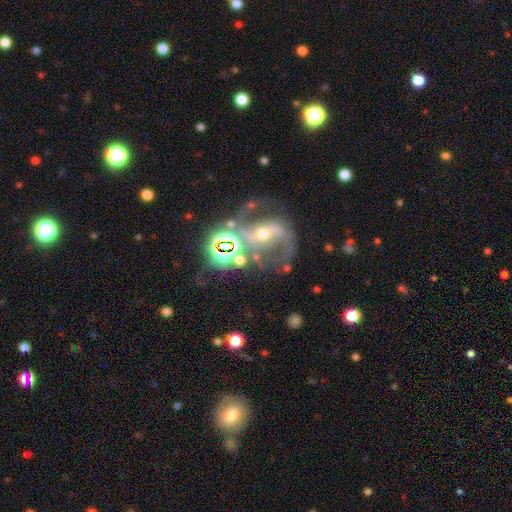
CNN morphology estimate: smooth_or_featured: featured or disk (p=0.78) [alt: star or artifact p=0.15]
disk_edge_on: no (p=0.97) [alt: yes p=0.03]
bar: strong (p=0.49) [alt: weak p=0.29]
has_spiral_arms: yes (p=0.94) [alt: no p=0.06]
spiral_winding: medium (p=0.51) [alt: loose p=0.33]
spiral_arm_count: 2 (p=0.87) [alt: can't tell p=0.04]
bulge_size: moderate (p=0.60) [alt: small p=0.33]
merging: none (p=0.54) [alt: minor disturbance p=0.18]